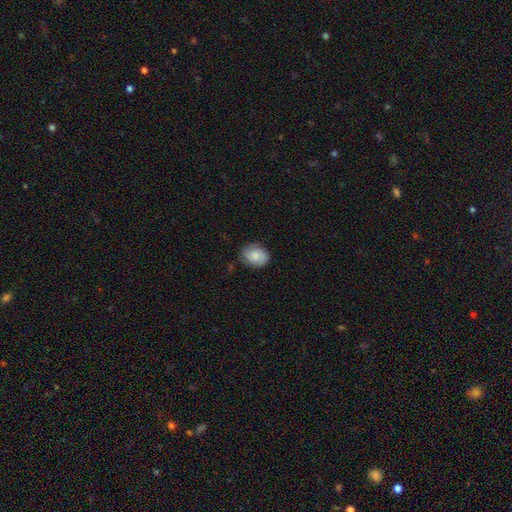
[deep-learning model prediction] This is likely a smooth galaxy (64%). How rounded: possibly in between (57%). Merging: likely none (77%).